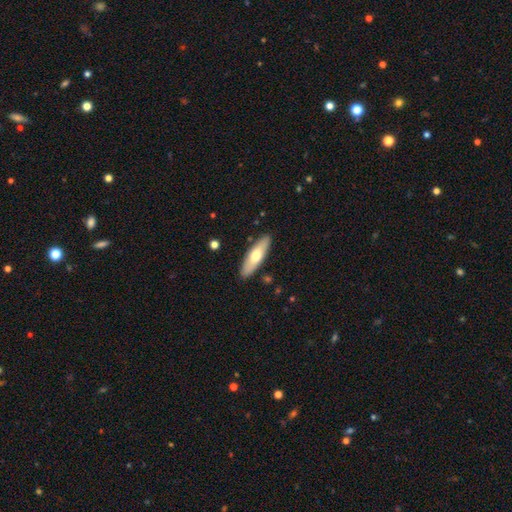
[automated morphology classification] A smooth galaxy with no disk features (62%) that is cigar-shaped (54%).

Vote fractions:
- Smooth or featured? smooth: 62% / featured or disk: 33% / star or artifact: 5%
- How rounded? cigar-shaped: 54% / in between: 44% / round: 2%
- Merging? none: 89% / minor disturbance: 8% / major disturbance: 2% / merger: 1%